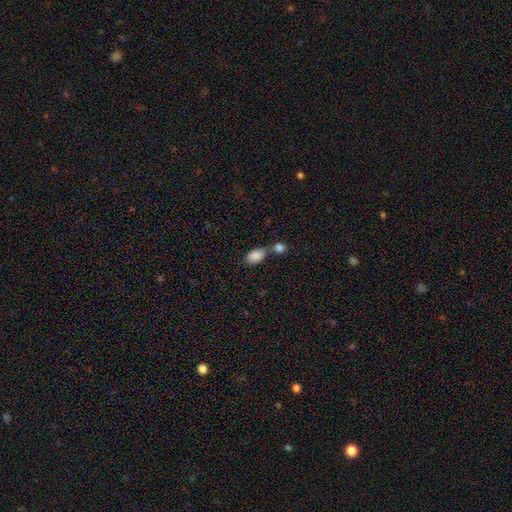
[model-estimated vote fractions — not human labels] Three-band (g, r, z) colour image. It shows a smooth galaxy with no disk features (87%) that is in between round and cigar-shaped (87%). Merging: merger (53%).